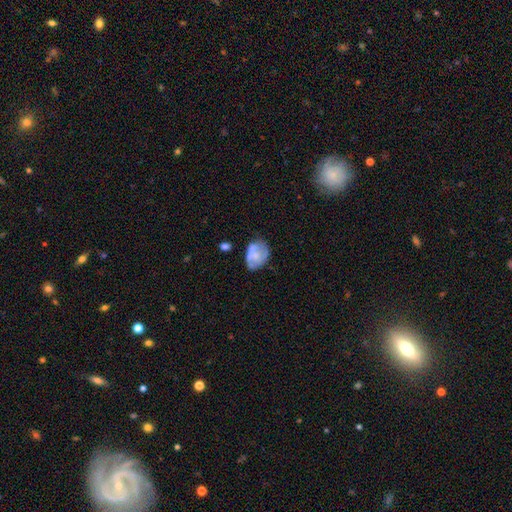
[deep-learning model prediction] smooth_or_featured: smooth (p=0.48) [alt: featured or disk p=0.44]
merging: none (p=0.47) [alt: minor disturbance p=0.31]